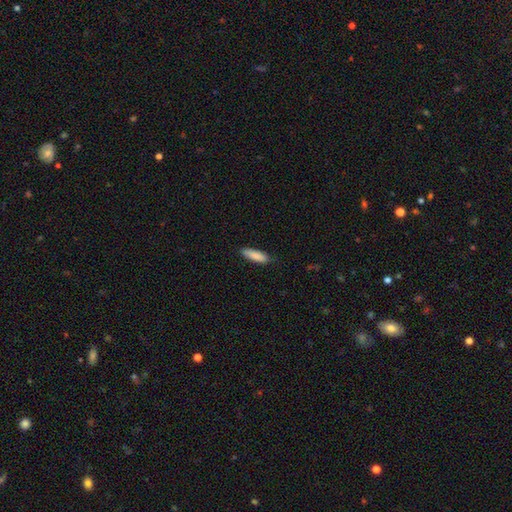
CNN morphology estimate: type=smooth (87%); roundness=cigar-shaped (61%); merging=none (82%).